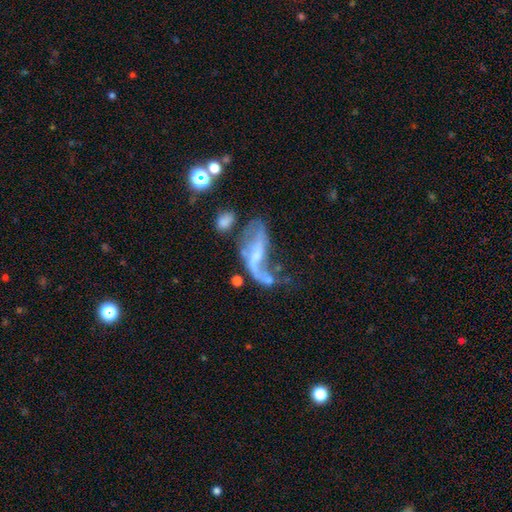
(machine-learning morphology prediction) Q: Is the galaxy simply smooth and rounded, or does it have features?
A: featured or disk — 69%.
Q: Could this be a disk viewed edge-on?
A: no — 92%.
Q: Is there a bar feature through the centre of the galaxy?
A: no — 48%.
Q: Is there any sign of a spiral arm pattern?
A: yes — 66%.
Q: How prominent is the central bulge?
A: none — 45%.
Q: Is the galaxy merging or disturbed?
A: major disturbance — 39%.